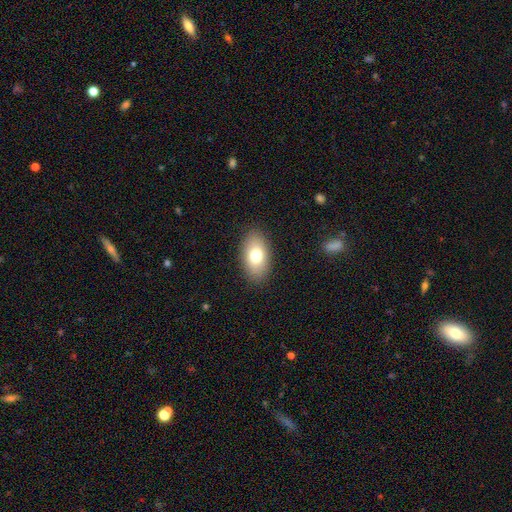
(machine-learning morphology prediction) This is likely a smooth galaxy (76%). How rounded: clearly in between (92%). Merging: clearly none (88%).